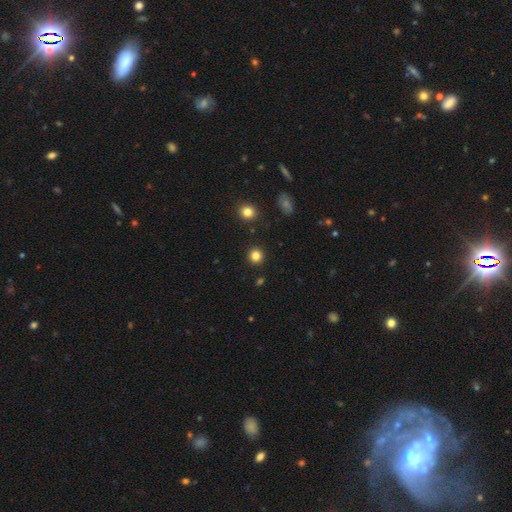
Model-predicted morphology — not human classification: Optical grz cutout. It shows a smooth galaxy with no disk features (83%) that is round (93%). Merging: none (92%).